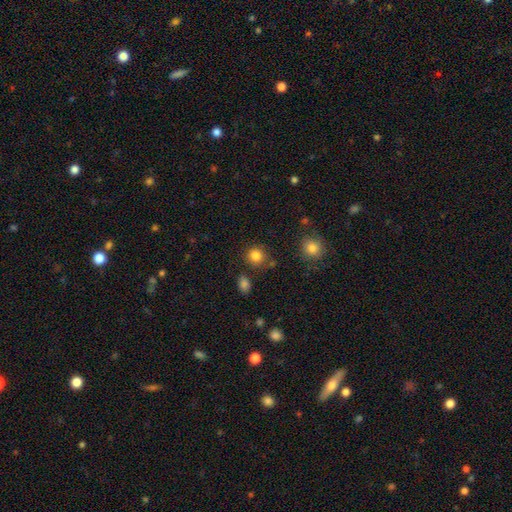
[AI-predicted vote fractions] Smooth or featured?
  - smooth: 84% *
  - star or artifact: 11%
  - featured or disk: 5%
How rounded?
  - round: 89% *
  - in between: 11%
  - cigar-shaped: 1%
Merging?
  - none: 79% *
  - minor disturbance: 11%
  - merger: 6%
  - major disturbance: 4%